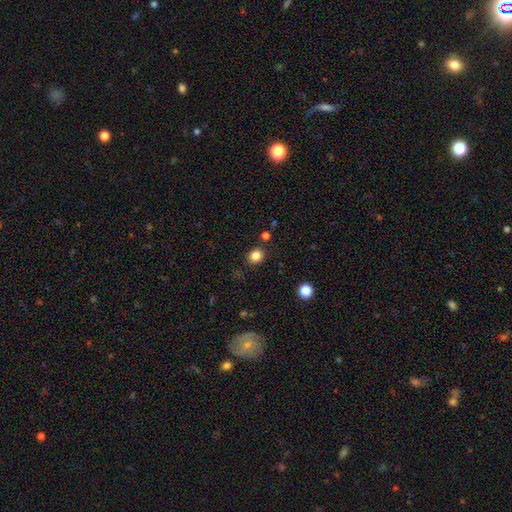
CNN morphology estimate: The model was most divided on "how rounded": round: 71%, in between: 28%, cigar-shaped: 1%. More confident: merging — none (86%); smooth or featured — smooth (83%).